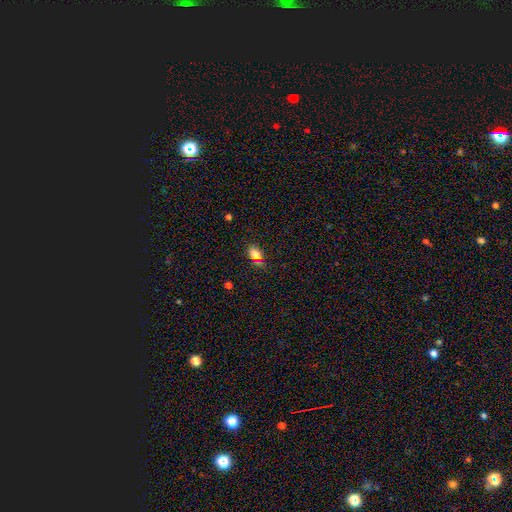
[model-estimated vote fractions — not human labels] Smooth or featured: smooth — 69% (star or artifact — 22%)
How rounded: in between — 73% (round — 23%)
Merging: none — 72% (minor disturbance — 15%)